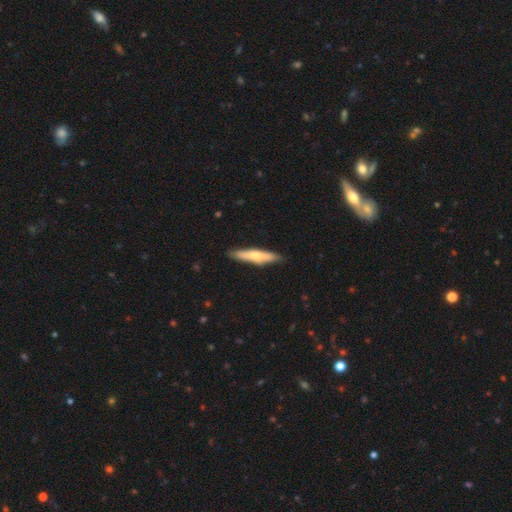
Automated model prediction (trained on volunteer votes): Q: Smooth or featured?
A: smooth (63%); runner-up: featured or disk (32%)
Q: How rounded?
A: cigar-shaped (88%); runner-up: in between (10%)
Q: Merging?
A: none (84%); runner-up: minor disturbance (13%)